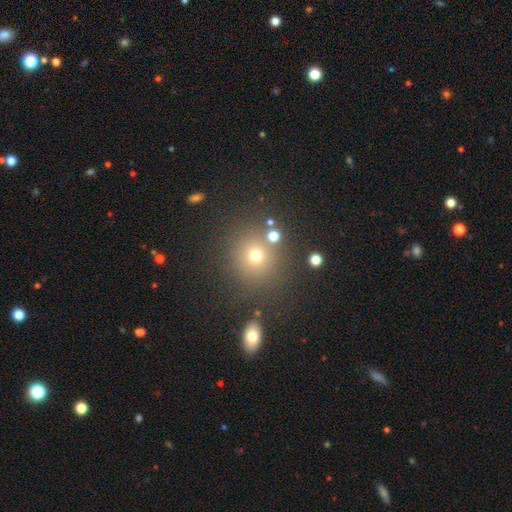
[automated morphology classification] This appears to be a smooth galaxy with no disk features (70%) that is round (90%). Merging: none (81%).